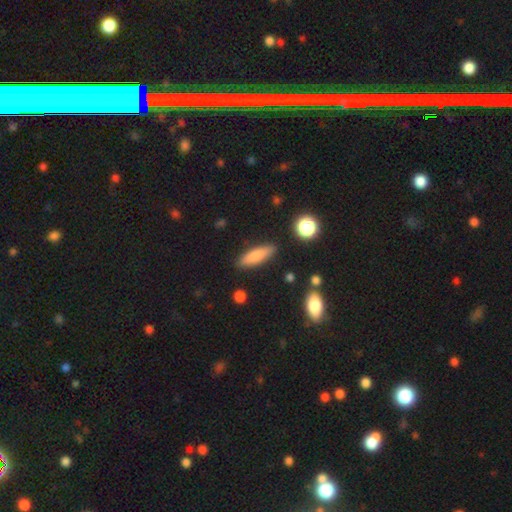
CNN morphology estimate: A smooth galaxy with no disk features (77%) that is cigar-shaped (60%). Merging: none (87%).